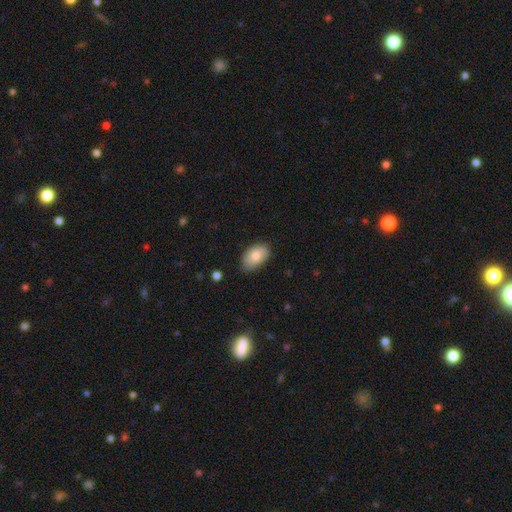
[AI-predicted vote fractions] This is clearly a smooth galaxy (82%). How rounded: clearly in between (92%). Merging: likely none (78%).